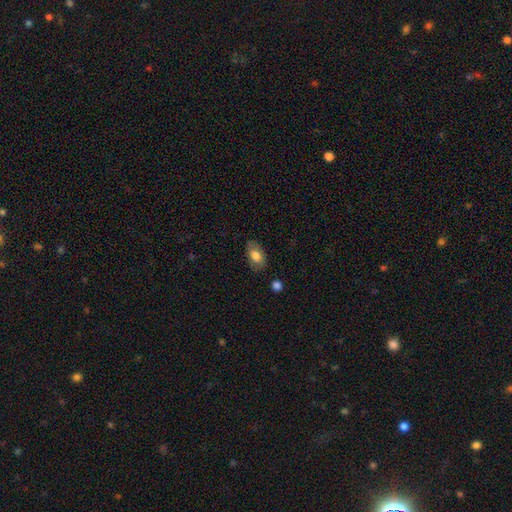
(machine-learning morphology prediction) This is likely a smooth galaxy (77%). How rounded: clearly in between (91%). Merging: likely none (79%).